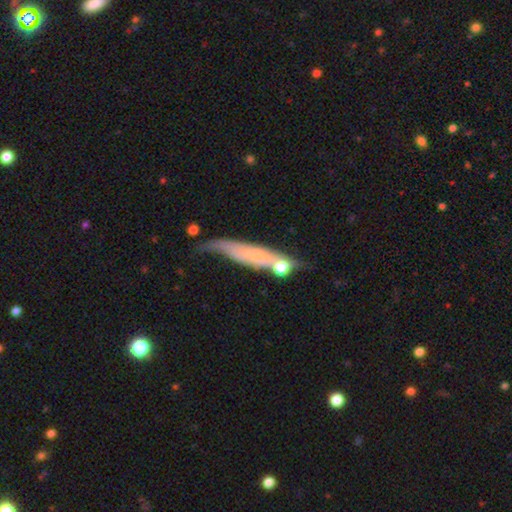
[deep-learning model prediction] smooth-or-featured: smooth: 48% | featured or disk: 44% | star or artifact: 8%
  merging: none: 41% | minor disturbance: 28% | major disturbance: 16% | merger: 15%